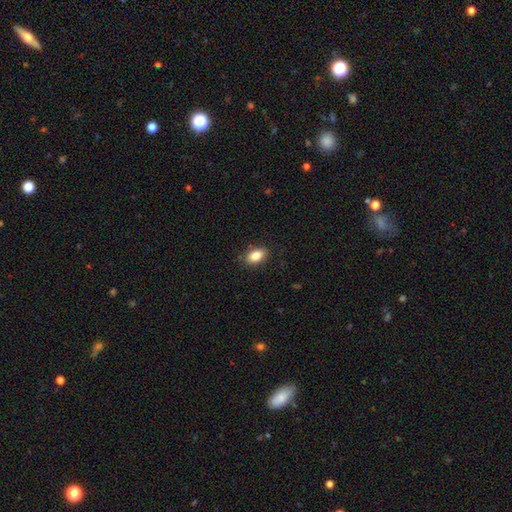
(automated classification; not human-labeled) Smooth or featured? Predicted: smooth (p=0.84). How rounded? Predicted: in between (p=0.89). Merging? Predicted: none (p=0.85).